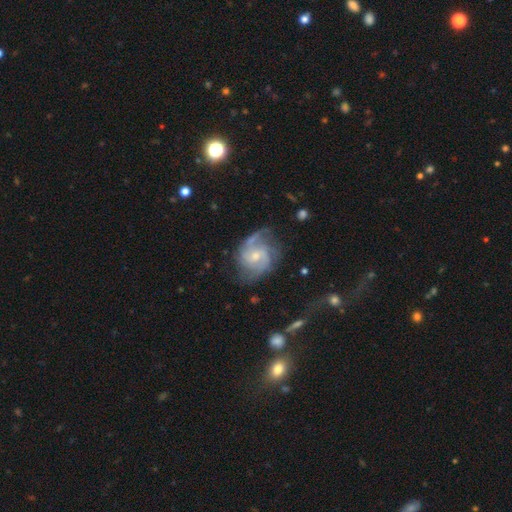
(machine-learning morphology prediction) type=featured or disk (83%); edge-on=no (98%); bar=no (48%); spiral arms=yes (95%); winding=medium (51%); arm count=2 (69%); bulge=small (53%); merging=none (63%).